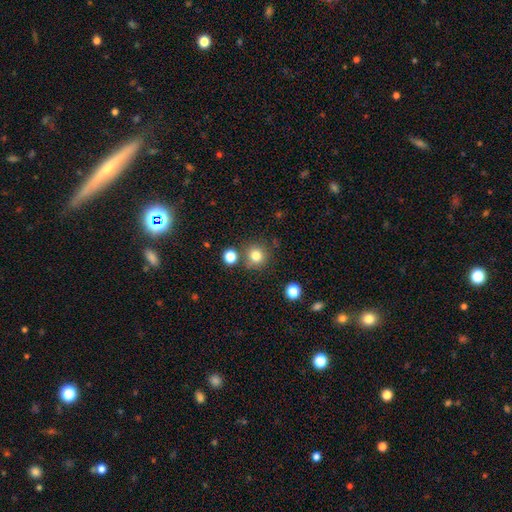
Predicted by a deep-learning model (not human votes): Q: Smooth or featured?
A: smooth (81%); runner-up: star or artifact (13%)
Q: How rounded?
A: round (91%); runner-up: in between (8%)
Q: Merging?
A: none (77%); runner-up: merger (11%)